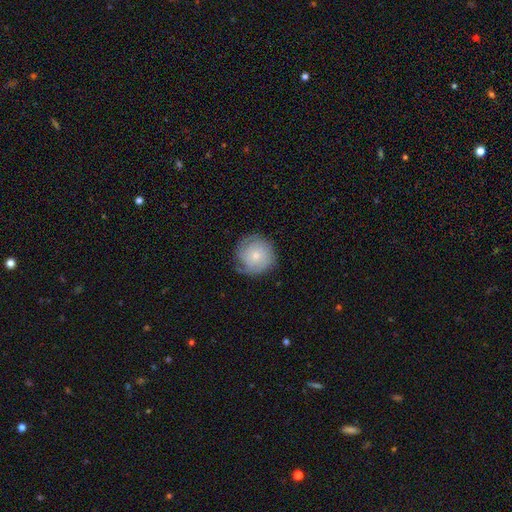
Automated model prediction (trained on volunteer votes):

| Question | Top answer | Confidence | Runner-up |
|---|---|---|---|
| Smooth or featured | smooth | 50% | featured or disk (43%) |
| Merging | none | 74% | minor disturbance (19%) |